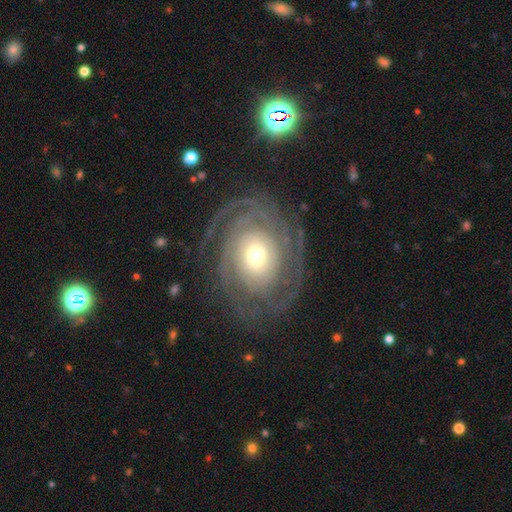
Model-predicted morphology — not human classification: Smooth or featured? featured or disk (86%)
Edge-on disk? no (97%)
Bar? no (78%)
Spiral arms? yes (94%)
Spiral winding? tight (74%)
Spiral arm count? can't tell (29%)
Bulge size? moderate (57%)
Merging? none (76%)